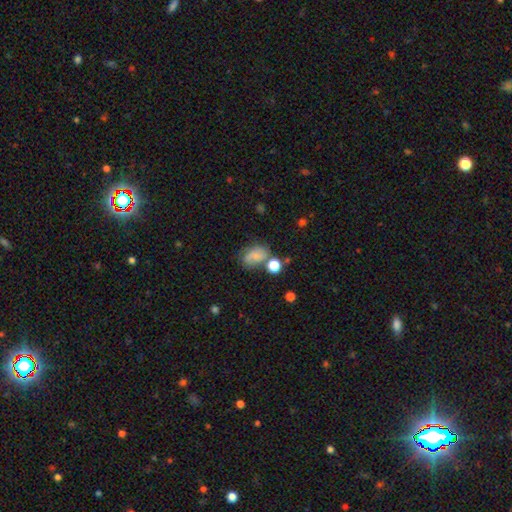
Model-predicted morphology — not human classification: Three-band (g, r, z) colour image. It shows a smooth galaxy with no disk features (69%) that is in between round and cigar-shaped (76%). Merging: none (47%).